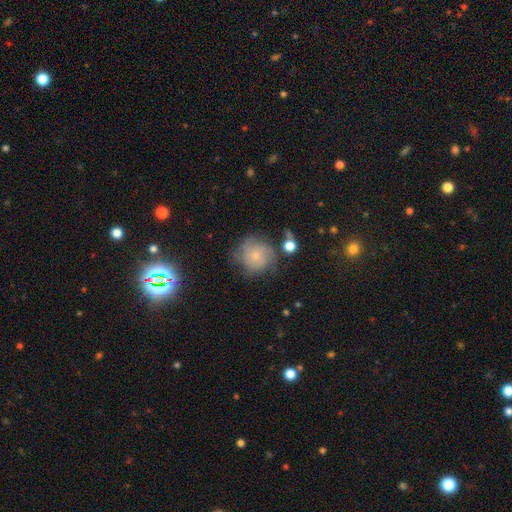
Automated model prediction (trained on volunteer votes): This appears to be a smooth galaxy with no disk features (50%) that is round (88%). Merging: none (57%).